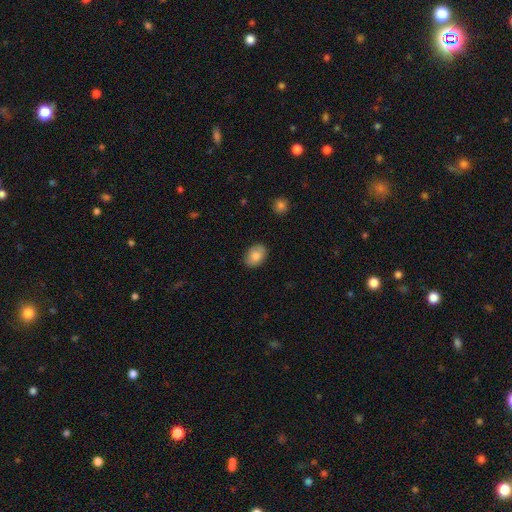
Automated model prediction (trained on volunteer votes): Q: Smooth or featured?
A: smooth (84%); runner-up: featured or disk (9%)
Q: How rounded?
A: in between (79%); runner-up: round (20%)
Q: Merging?
A: none (85%); runner-up: minor disturbance (12%)